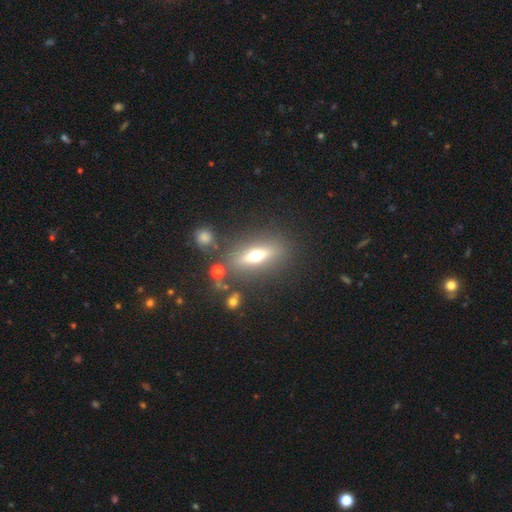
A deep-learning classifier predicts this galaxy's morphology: The model was most divided on "smooth or featured": smooth: 48%, featured or disk: 42%, star or artifact: 11%. More confident: merging — none (80%).